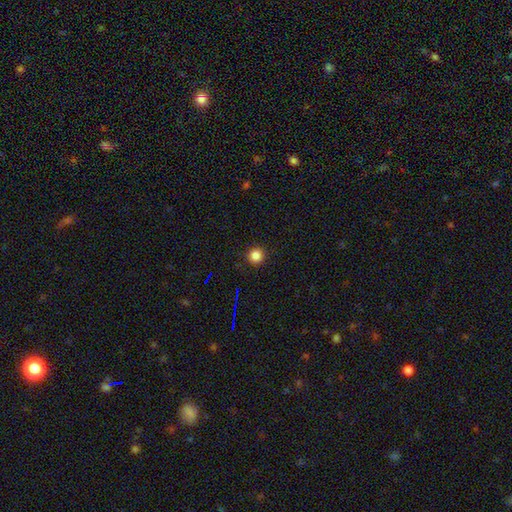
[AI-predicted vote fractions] A smooth galaxy with no disk features (82%) that is round (96%). Merging: none (93%).